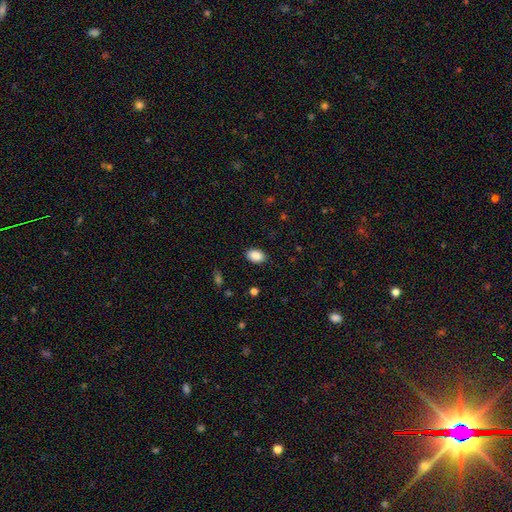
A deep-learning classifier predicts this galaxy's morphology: Smooth or featured?
  - smooth: 89% *
  - star or artifact: 8%
  - featured or disk: 4%
How rounded?
  - in between: 83% *
  - round: 16%
  - cigar-shaped: 1%
Merging?
  - none: 87% *
  - minor disturbance: 10%
  - major disturbance: 2%
  - merger: 1%